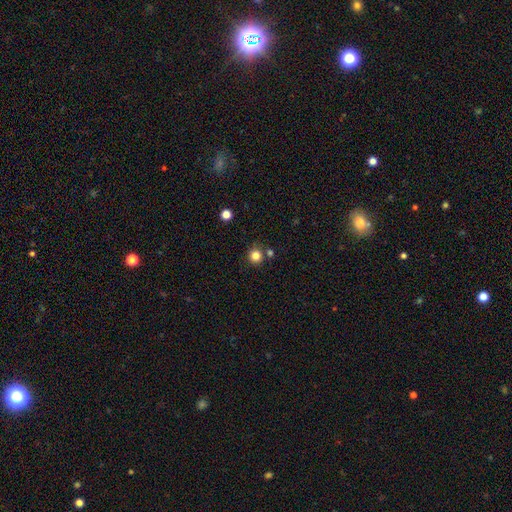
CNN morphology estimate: smooth 82%, star or artifact 13%, featured or disk 5%. Down the decision tree: how rounded — round (93%); merging — none (79%).